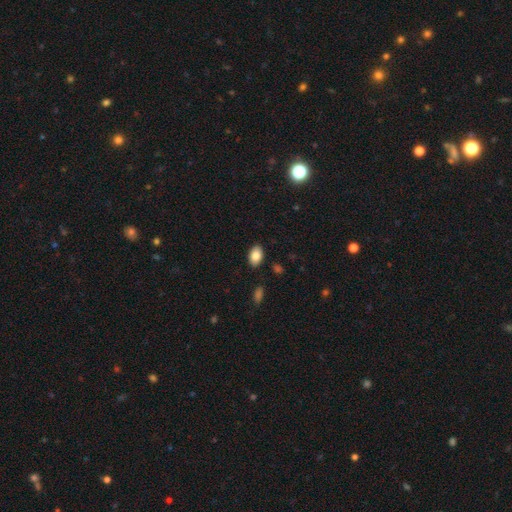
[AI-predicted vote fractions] Smooth or featured? smooth (84%)
How rounded? in between (90%)
Merging? none (87%)